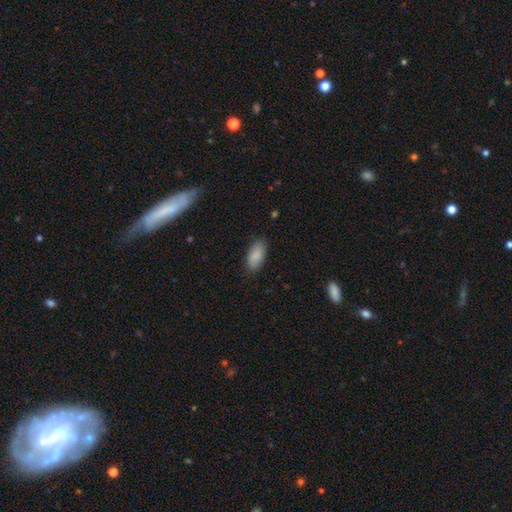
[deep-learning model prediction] Smooth or featured: smooth — 86% (featured or disk — 8%)
How rounded: in between — 92% (cigar-shaped — 6%)
Merging: none — 84% (minor disturbance — 12%)